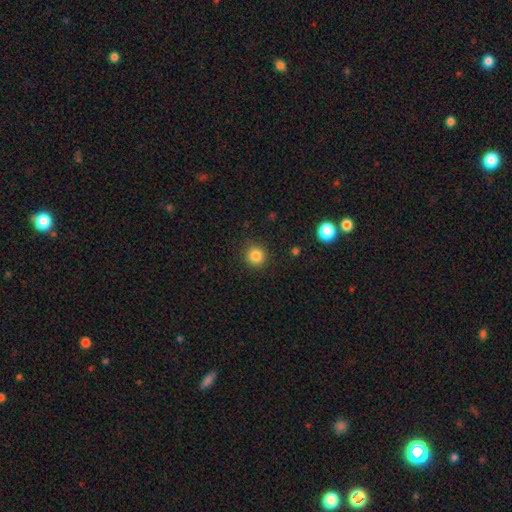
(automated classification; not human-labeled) Q: Smooth or featured?
A: smooth (84%); runner-up: star or artifact (11%)
Q: How rounded?
A: round (93%); runner-up: in between (6%)
Q: Merging?
A: none (89%); runner-up: minor disturbance (7%)